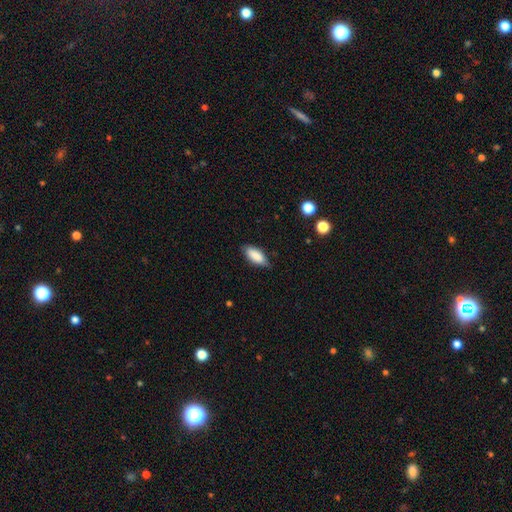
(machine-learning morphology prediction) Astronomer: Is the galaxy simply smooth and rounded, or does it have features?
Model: smooth — 86%.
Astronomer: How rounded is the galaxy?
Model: in between — 82%.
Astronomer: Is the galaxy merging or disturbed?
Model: none — 79%.